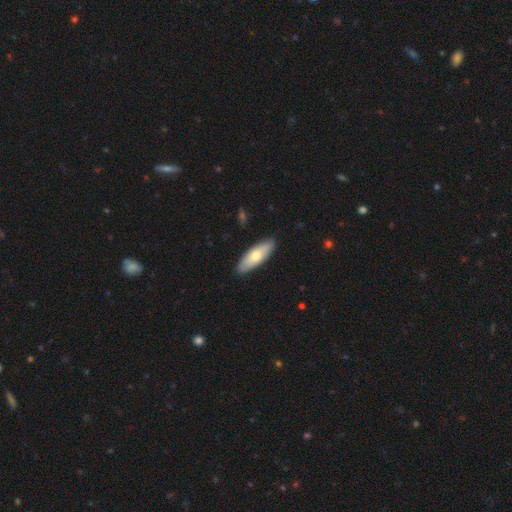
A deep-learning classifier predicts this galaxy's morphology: A smooth galaxy with no disk features (67%) that is in between round and cigar-shaped (65%).

Vote fractions:
- Smooth or featured? smooth: 67% / featured or disk: 28% / star or artifact: 5%
- How rounded? in between: 65% / cigar-shaped: 33% / round: 2%
- Merging? none: 89% / minor disturbance: 8% / major disturbance: 2% / merger: 1%